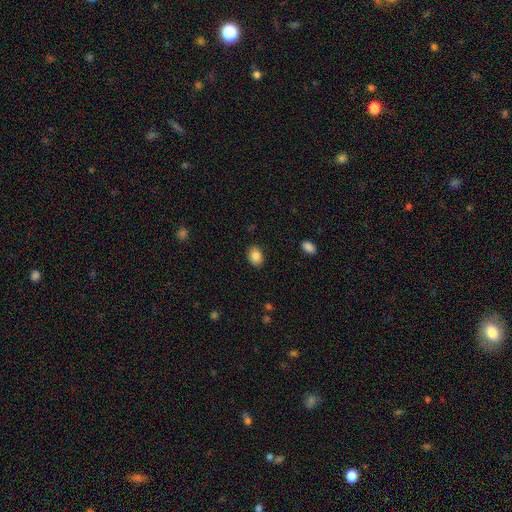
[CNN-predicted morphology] smooth 85%, star or artifact 9%, featured or disk 6%. Down the decision tree: how rounded — in between (70%); merging — none (87%).